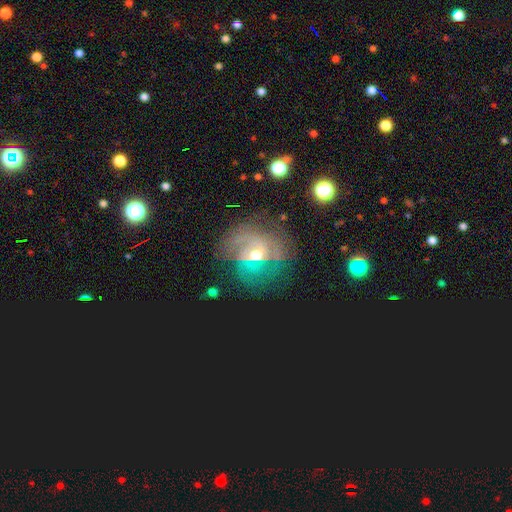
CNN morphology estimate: smooth_or_featured: featured or disk (p=0.76) [alt: smooth p=0.13]
disk_edge_on: no (p=0.97) [alt: yes p=0.03]
bar: no (p=0.51) [alt: weak p=0.38]
has_spiral_arms: yes (p=0.83) [alt: no p=0.17]
spiral_winding: medium (p=0.42) [alt: tight p=0.30]
spiral_arm_count: 2 (p=0.36) [alt: can't tell p=0.30]
bulge_size: moderate (p=0.61) [alt: small p=0.31]
merging: none (p=0.57) [alt: major disturbance p=0.20]